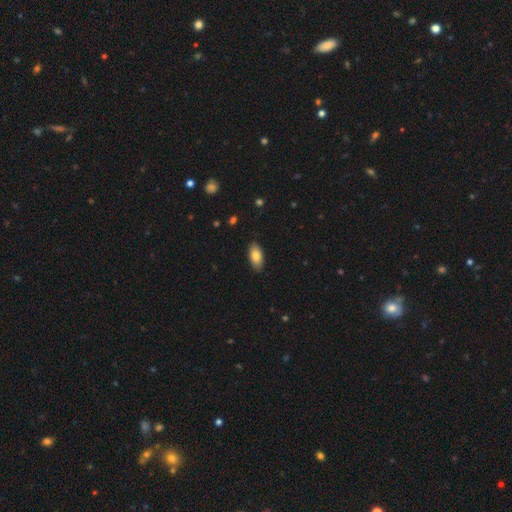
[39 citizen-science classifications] A smooth galaxy with no disk features (79%) that is in between round and cigar-shaped (87%).

Vote fractions:
- Smooth or featured? smooth: 79% / featured or disk: 15% / star or artifact: 5%
- How rounded? in between: 87% / round: 6% / cigar-shaped: 6%
- Merging? none: 95% / minor disturbance: 5% / major disturbance: 0% / merger: 0%